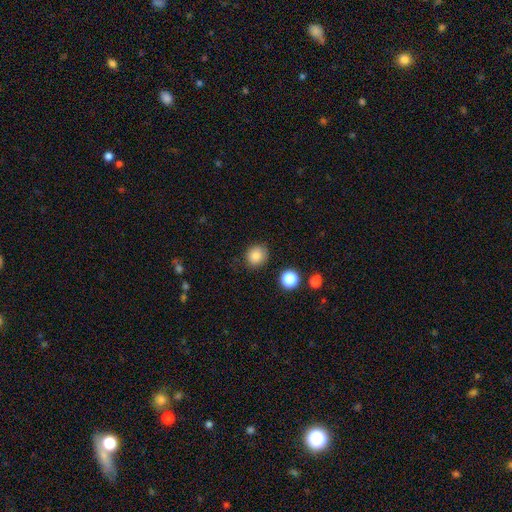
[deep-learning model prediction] Smooth or featured? Predicted: smooth (p=0.83). How rounded? Predicted: round (p=0.82). Merging? Predicted: none (p=0.85).